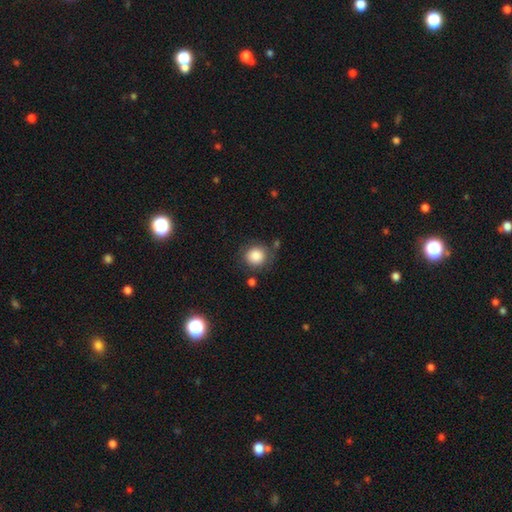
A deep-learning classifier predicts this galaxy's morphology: Smooth or featured? smooth (85%)
How rounded? round (88%)
Merging? none (74%)